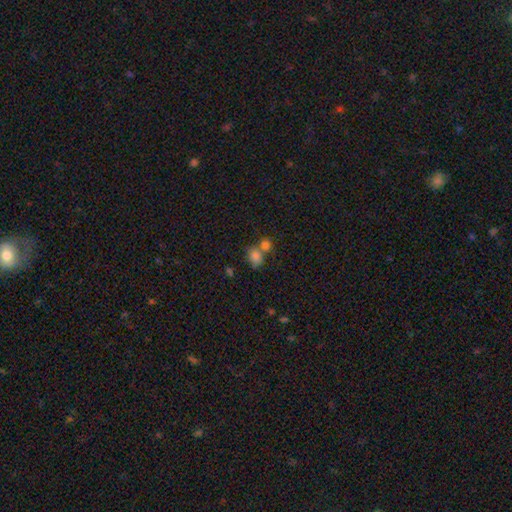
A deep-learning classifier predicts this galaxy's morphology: Q: Smooth or featured?
A: smooth (80%); runner-up: star or artifact (12%)
Q: How rounded?
A: round (53%); runner-up: in between (45%)
Q: Merging?
A: merger (47%); runner-up: none (37%)